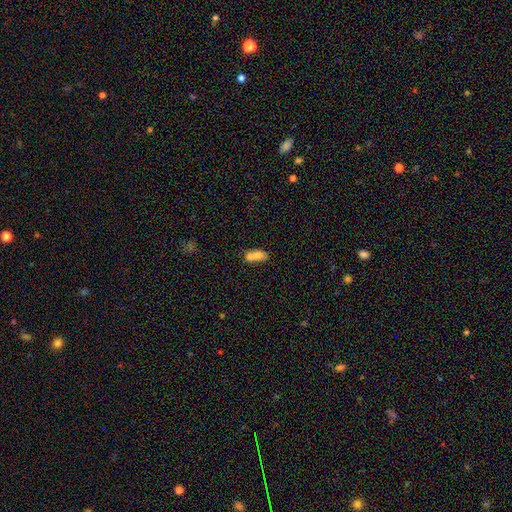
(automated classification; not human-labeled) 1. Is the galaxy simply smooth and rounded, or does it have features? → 69% smooth, 21% featured or disk, 10% star or artifact.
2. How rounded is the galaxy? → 73% in between, 23% round, 5% cigar-shaped.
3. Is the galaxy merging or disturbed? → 65% merger, 23% none, 8% minor disturbance, 4% major disturbance.